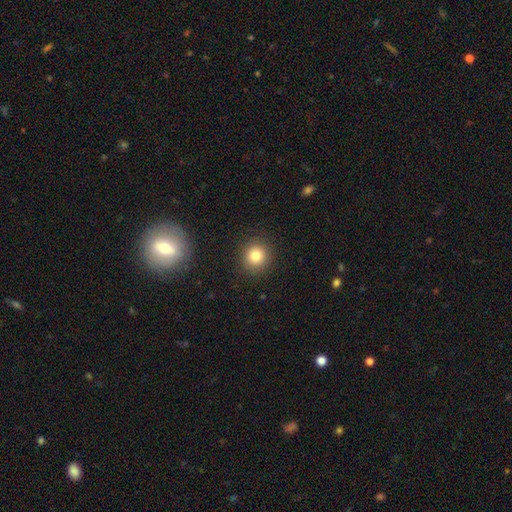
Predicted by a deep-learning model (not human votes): smooth_or_featured: smooth (p=0.81) [alt: star or artifact p=0.12]
how_rounded: round (p=0.91) [alt: in between p=0.08]
merging: none (p=0.90) [alt: minor disturbance p=0.07]